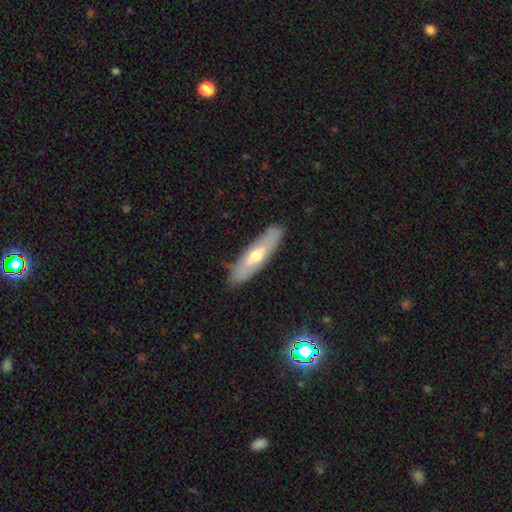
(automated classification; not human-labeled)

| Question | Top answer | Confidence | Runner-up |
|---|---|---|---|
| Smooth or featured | smooth | 48% | featured or disk (47%) |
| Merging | none | 85% | minor disturbance (12%) |